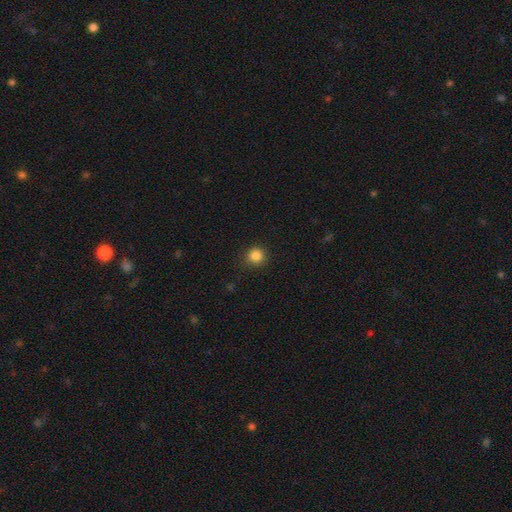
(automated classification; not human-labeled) This is clearly a smooth galaxy (86%). How rounded: clearly round (93%). Merging: clearly none (86%).